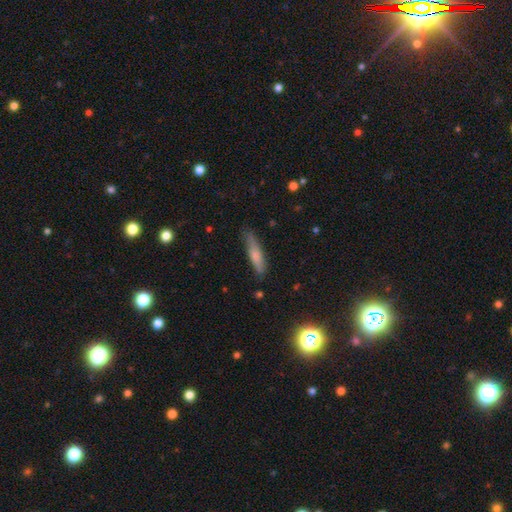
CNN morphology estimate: Smooth or featured? Predicted: smooth (p=0.68). How rounded? Predicted: cigar-shaped (p=0.82). Merging? Predicted: none (p=0.76).